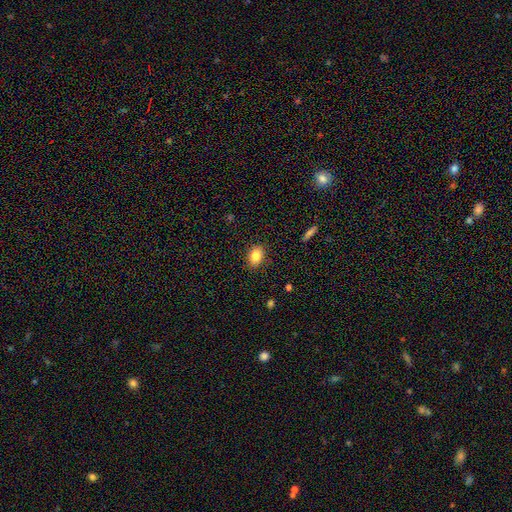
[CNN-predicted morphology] Overall: smooth (85%). How rounded: in between (77%). Merging: none (87%).